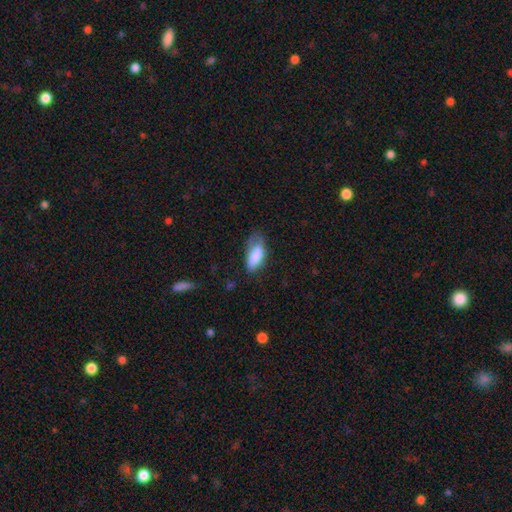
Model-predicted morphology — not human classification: A smooth galaxy with no disk features (80%) that is in between round and cigar-shaped (82%).

Vote fractions:
- Smooth or featured? smooth: 80% / featured or disk: 13% / star or artifact: 7%
- How rounded? in between: 82% / cigar-shaped: 15% / round: 2%
- Merging? none: 41% / minor disturbance: 37% / major disturbance: 20% / merger: 2%